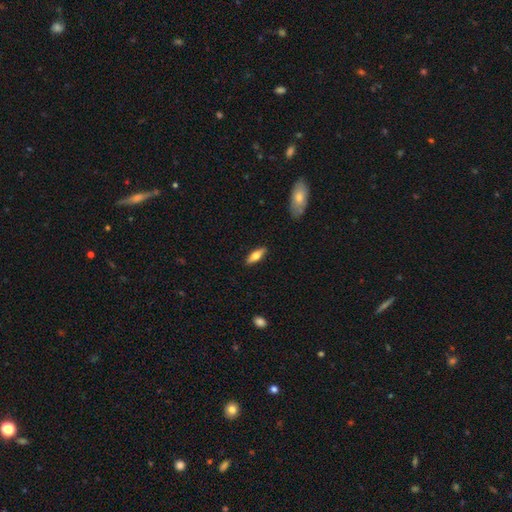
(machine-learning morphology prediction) A smooth galaxy with no disk features (59%) that is in between round and cigar-shaped (58%).

Vote fractions:
- Smooth or featured? smooth: 59% / featured or disk: 35% / star or artifact: 6%
- How rounded? in between: 58% / cigar-shaped: 40% / round: 2%
- Merging? none: 88% / minor disturbance: 9% / major disturbance: 2% / merger: 1%